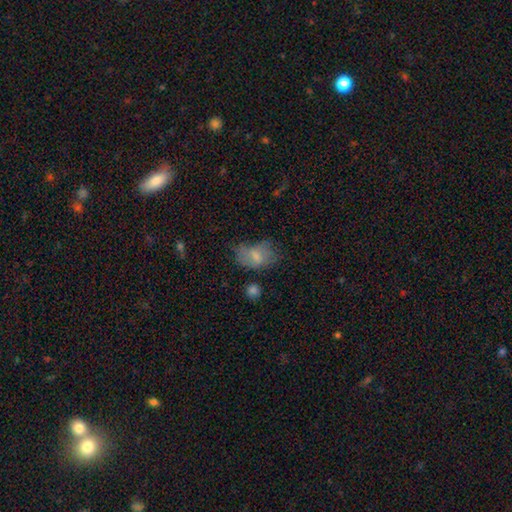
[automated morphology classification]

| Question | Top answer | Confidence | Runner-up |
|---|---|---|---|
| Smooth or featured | smooth | 62% | featured or disk (26%) |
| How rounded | in between | 84% | round (14%) |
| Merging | none | 39% | minor disturbance (30%) |